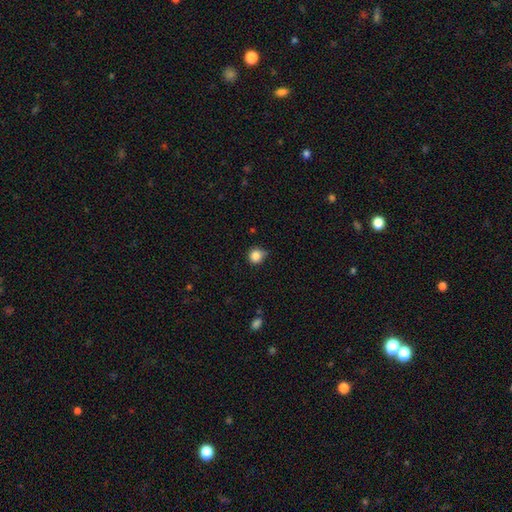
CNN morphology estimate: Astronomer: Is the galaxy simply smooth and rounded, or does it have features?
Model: smooth — 84%.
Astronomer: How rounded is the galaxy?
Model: round — 89%.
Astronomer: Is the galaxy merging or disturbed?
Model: none — 68%.